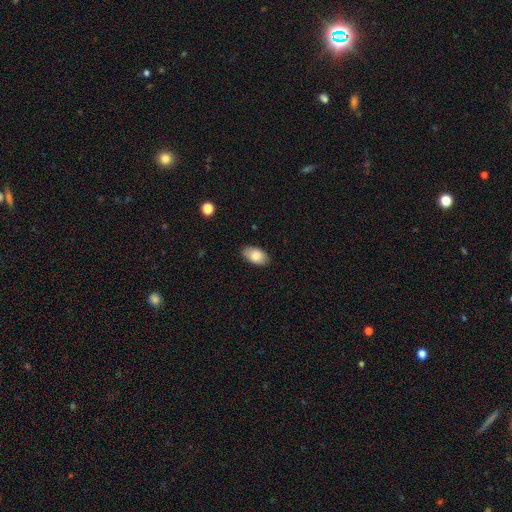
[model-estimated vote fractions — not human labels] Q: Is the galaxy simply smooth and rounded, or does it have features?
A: smooth — 84%.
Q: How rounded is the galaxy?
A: in between — 94%.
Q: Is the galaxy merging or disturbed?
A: none — 85%.